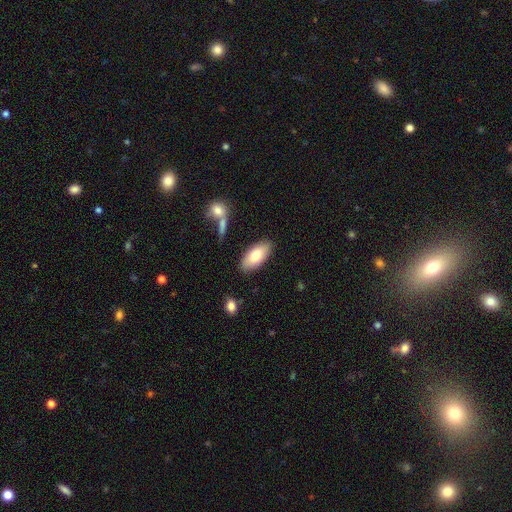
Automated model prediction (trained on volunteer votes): smooth-or-featured: smooth: 77% | featured or disk: 17% | star or artifact: 6%
  how-rounded: in between: 89% | cigar-shaped: 9% | round: 2%
  merging: none: 85% | minor disturbance: 10% | merger: 3% | major disturbance: 2%